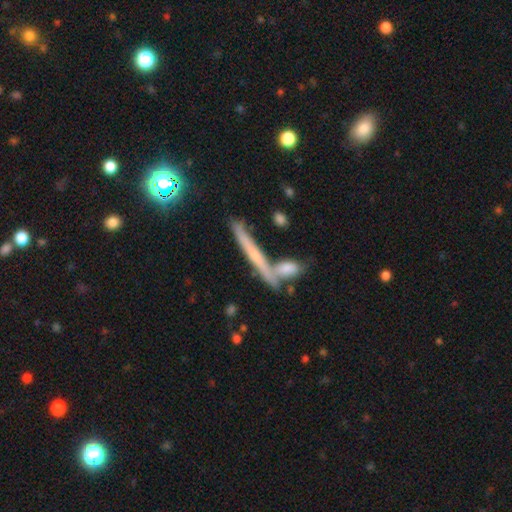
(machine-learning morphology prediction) This appears to be a featured or disk galaxy (53%) viewed edge-on (91%). Merging: none (66%).